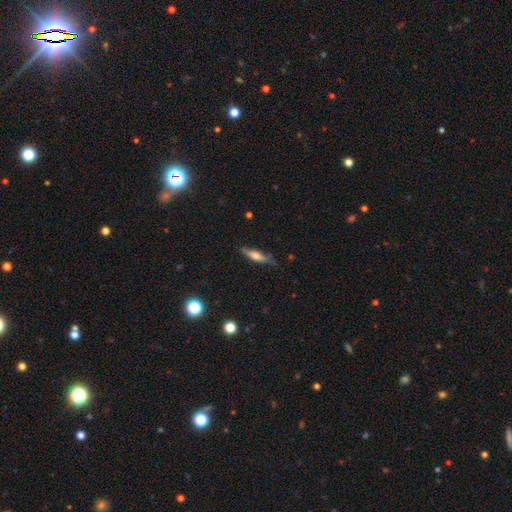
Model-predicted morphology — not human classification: Smooth or featured?
  - smooth: 48% *
  - featured or disk: 45%
  - star or artifact: 7%
Merging?
  - none: 77% *
  - minor disturbance: 18%
  - major disturbance: 3%
  - merger: 2%